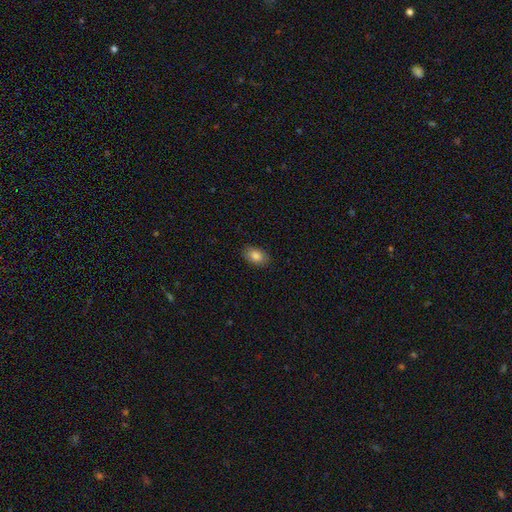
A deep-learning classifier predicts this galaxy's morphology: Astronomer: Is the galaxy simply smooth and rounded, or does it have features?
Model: smooth — 86%.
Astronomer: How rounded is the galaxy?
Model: in between — 86%.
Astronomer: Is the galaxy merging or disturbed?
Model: none — 87%.